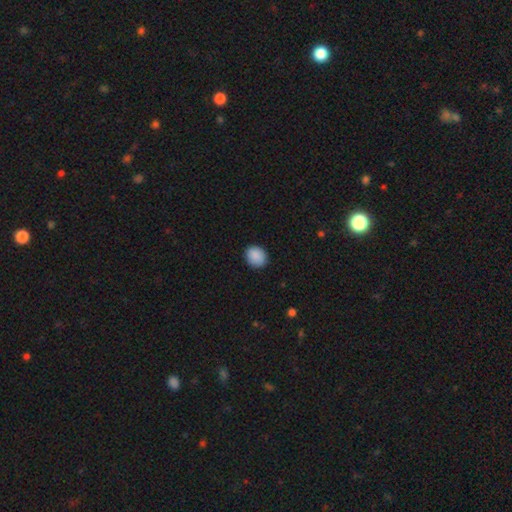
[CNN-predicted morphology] smooth 89%, star or artifact 8%, featured or disk 3%. Down the decision tree: how rounded — round (66%); merging — none (88%).